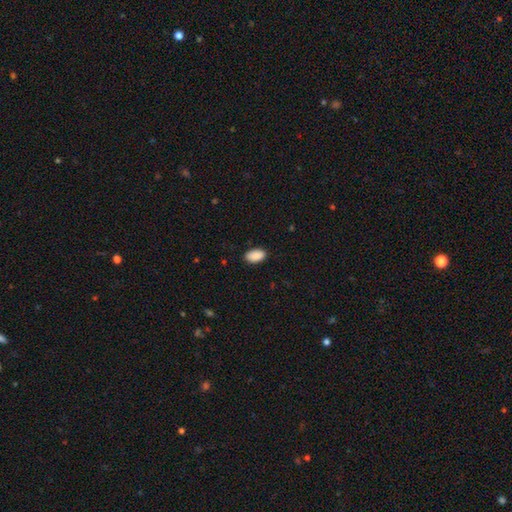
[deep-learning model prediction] smooth 91%, star or artifact 7%, featured or disk 3%. Down the decision tree: how rounded — in between (94%); merging — none (87%).